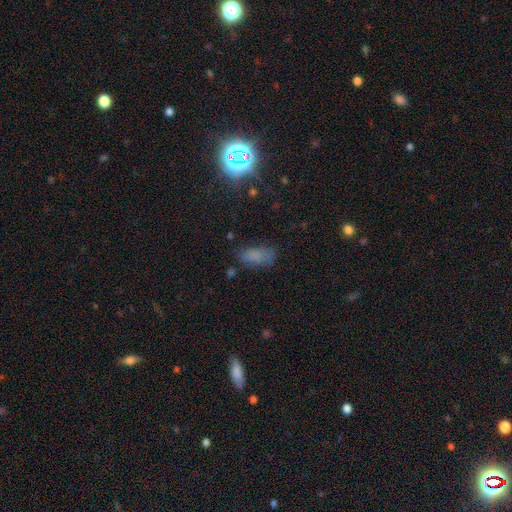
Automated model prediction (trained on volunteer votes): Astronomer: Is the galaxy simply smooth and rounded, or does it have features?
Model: smooth — 69%.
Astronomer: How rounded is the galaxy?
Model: in between — 85%.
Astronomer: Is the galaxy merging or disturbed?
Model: none — 63%.